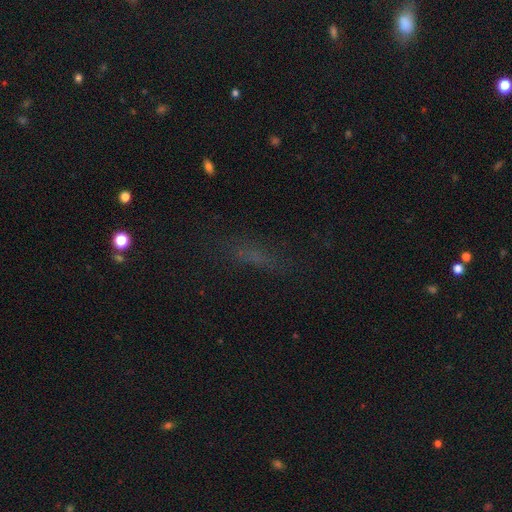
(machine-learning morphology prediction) Q: Smooth or featured?
A: smooth (51%); runner-up: star or artifact (29%)
Q: How rounded?
A: cigar-shaped (65%); runner-up: in between (30%)
Q: Merging?
A: none (69%); runner-up: minor disturbance (17%)